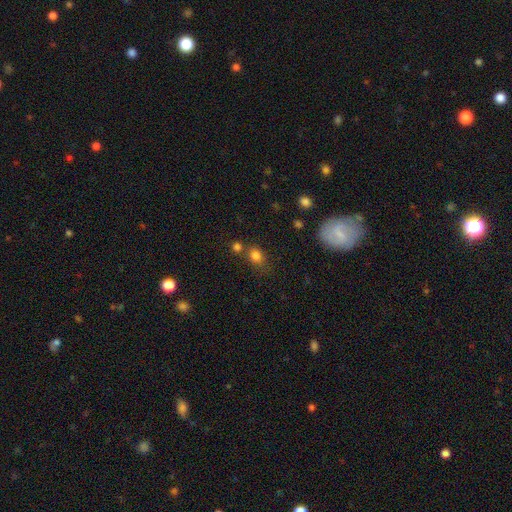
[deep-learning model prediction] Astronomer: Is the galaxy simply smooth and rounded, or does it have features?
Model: smooth — 79%.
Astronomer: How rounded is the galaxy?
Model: round — 54% (runner-up: in between, 45%).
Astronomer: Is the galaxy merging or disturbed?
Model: none — 58%.